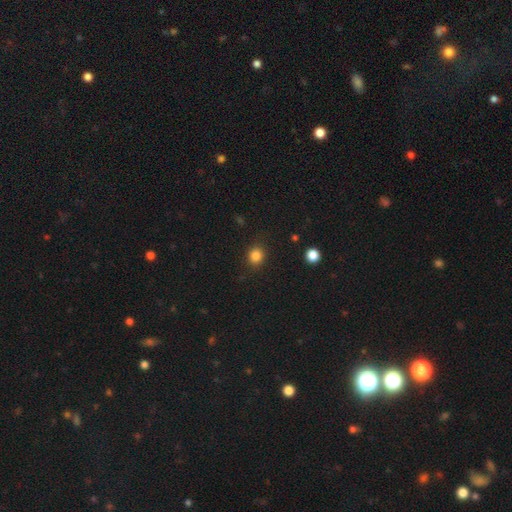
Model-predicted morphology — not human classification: smooth_or_featured: smooth (p=0.84) [alt: star or artifact p=0.12]
how_rounded: round (p=0.80) [alt: in between p=0.20]
merging: none (p=0.88) [alt: minor disturbance p=0.08]